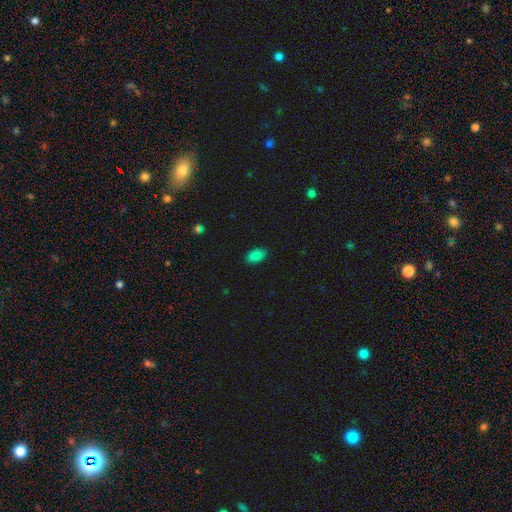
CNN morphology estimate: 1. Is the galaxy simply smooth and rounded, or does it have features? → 86% smooth, 10% star or artifact, 5% featured or disk.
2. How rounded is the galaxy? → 92% in between, 7% round, 2% cigar-shaped.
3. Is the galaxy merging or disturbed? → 88% none, 9% minor disturbance, 2% major disturbance, 1% merger.